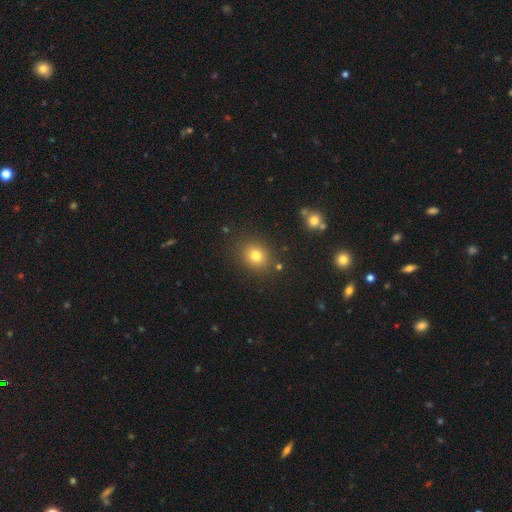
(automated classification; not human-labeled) The model was most divided on "how rounded": round: 67%, in between: 32%, cigar-shaped: 1%. More confident: merging — none (85%); smooth or featured — smooth (78%).